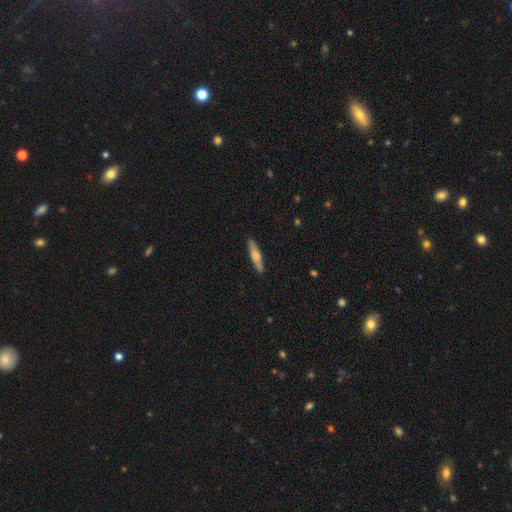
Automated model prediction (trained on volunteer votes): The model was most divided on "smooth or featured": smooth: 50%, featured or disk: 45%, star or artifact: 5%. More confident: merging — none (91%).